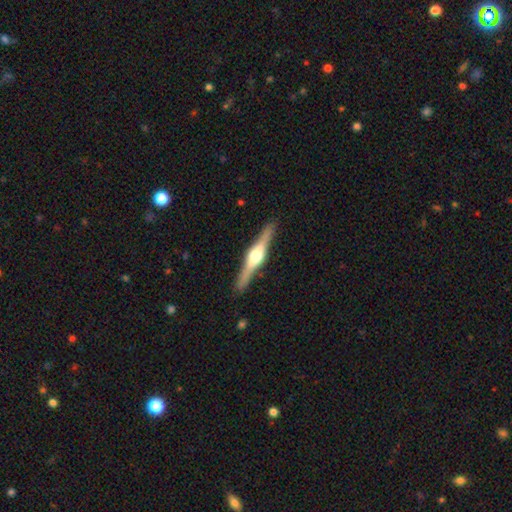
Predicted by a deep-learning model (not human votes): Smooth or featured? featured or disk (80%)
Edge-on disk? yes (98%)
Edge-on bulge? rounded (92%)
Merging? none (90%)